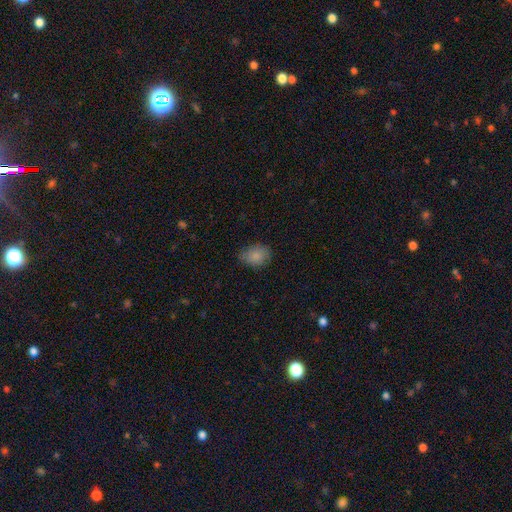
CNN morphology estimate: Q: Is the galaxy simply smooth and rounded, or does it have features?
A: smooth — 85%.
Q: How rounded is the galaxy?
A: in between — 66%.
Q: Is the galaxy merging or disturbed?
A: none — 70%.